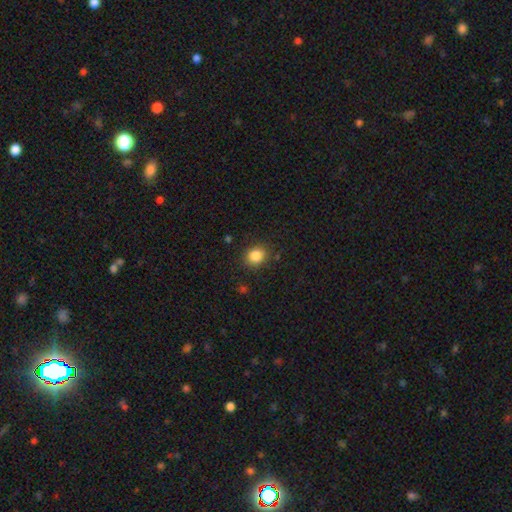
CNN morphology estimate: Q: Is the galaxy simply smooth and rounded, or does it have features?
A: smooth — 85%.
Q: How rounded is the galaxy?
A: round — 71%.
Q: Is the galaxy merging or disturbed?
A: none — 85%.